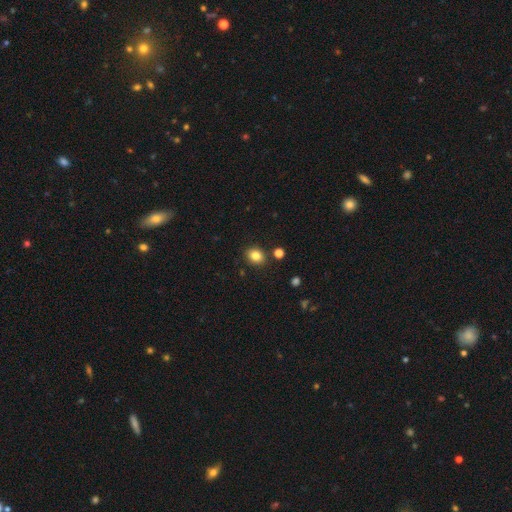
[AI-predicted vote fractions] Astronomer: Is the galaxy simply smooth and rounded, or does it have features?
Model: smooth — 82%.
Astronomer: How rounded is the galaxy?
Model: round — 61% (runner-up: in between, 38%).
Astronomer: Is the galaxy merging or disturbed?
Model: none — 86%.